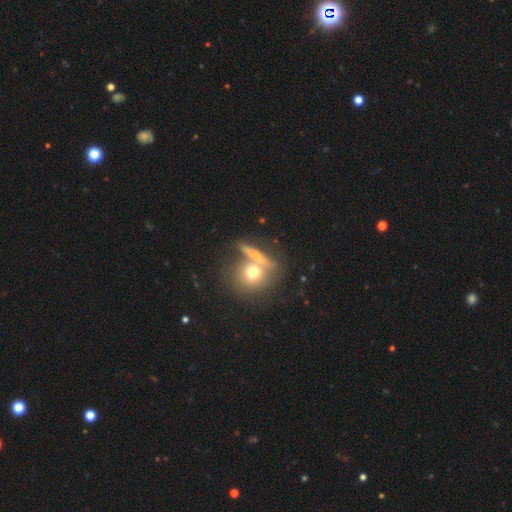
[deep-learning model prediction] Smooth or featured? smooth (58%)
How rounded? round (61%)
Merging? none (46%)